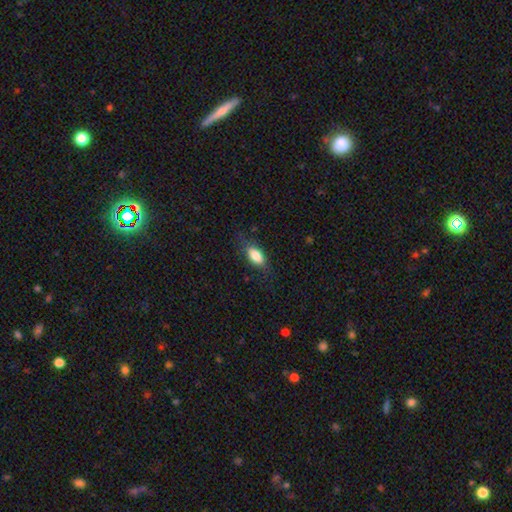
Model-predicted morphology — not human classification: smooth_or_featured: smooth (p=0.82) [alt: featured or disk p=0.11]
how_rounded: in between (p=0.85) [alt: cigar-shaped p=0.11]
merging: none (p=0.74) [alt: minor disturbance p=0.18]